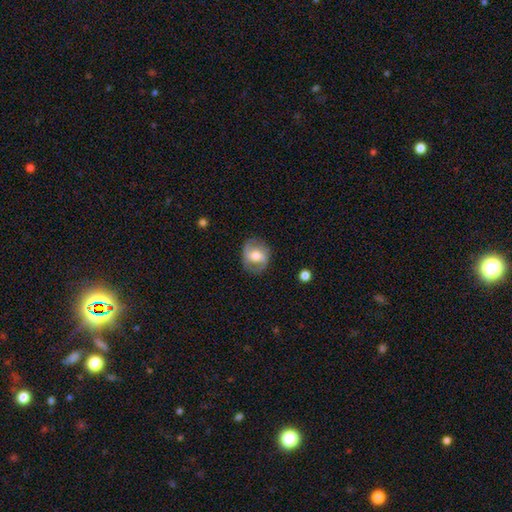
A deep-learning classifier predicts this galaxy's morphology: type=featured or disk (56%); edge-on=no (96%); bar=weak (41%); spiral arms=yes (75%); bulge=moderate (66%); merging=none (77%).